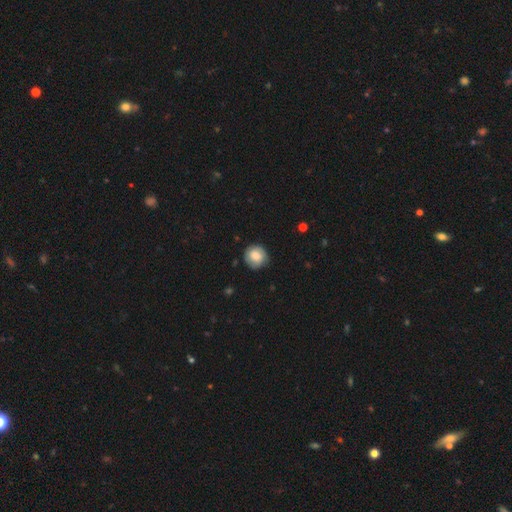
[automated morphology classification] Q: Smooth or featured?
A: smooth (74%); runner-up: featured or disk (19%)
Q: How rounded?
A: round (87%); runner-up: in between (12%)
Q: Merging?
A: none (77%); runner-up: minor disturbance (18%)